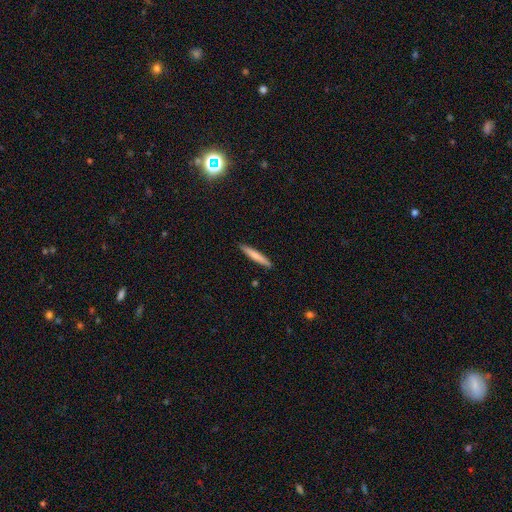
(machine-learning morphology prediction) smooth_or_featured: smooth (p=0.73) [alt: featured or disk p=0.21]
how_rounded: cigar-shaped (p=0.95) [alt: in between p=0.04]
merging: none (p=0.91) [alt: minor disturbance p=0.07]